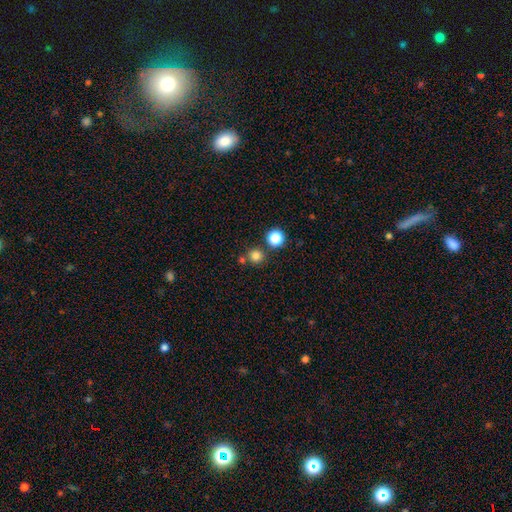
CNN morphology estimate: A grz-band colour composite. It shows a smooth galaxy with no disk features (79%) that is round (94%). Merging: none (77%).